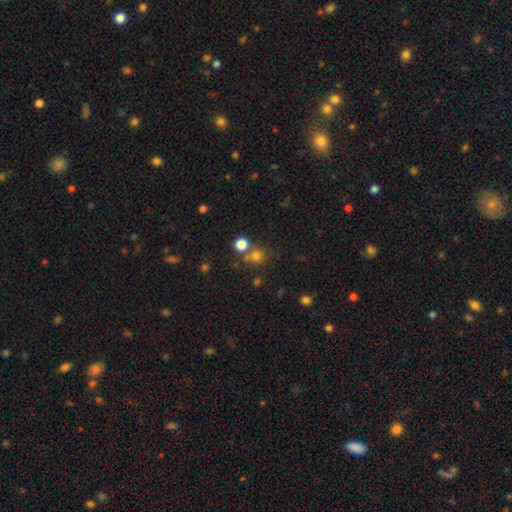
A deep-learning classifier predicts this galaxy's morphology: A smooth galaxy with no disk features (73%) that is round (87%). Merging: none (62%).